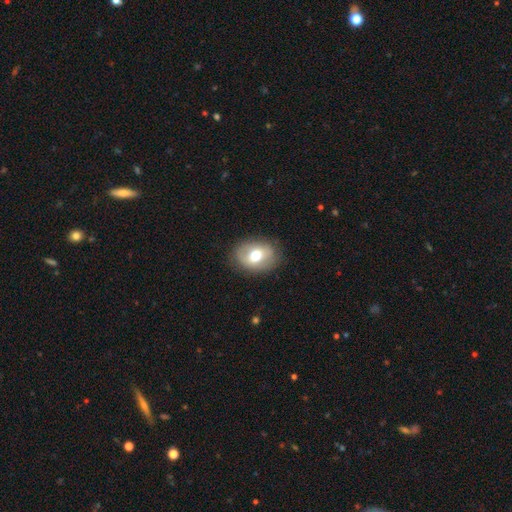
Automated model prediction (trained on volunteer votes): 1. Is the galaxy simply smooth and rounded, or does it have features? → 63% smooth, 29% featured or disk, 8% star or artifact.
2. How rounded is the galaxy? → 63% in between, 36% round, 1% cigar-shaped.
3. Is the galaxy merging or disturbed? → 83% none, 12% minor disturbance, 4% major disturbance, 1% merger.